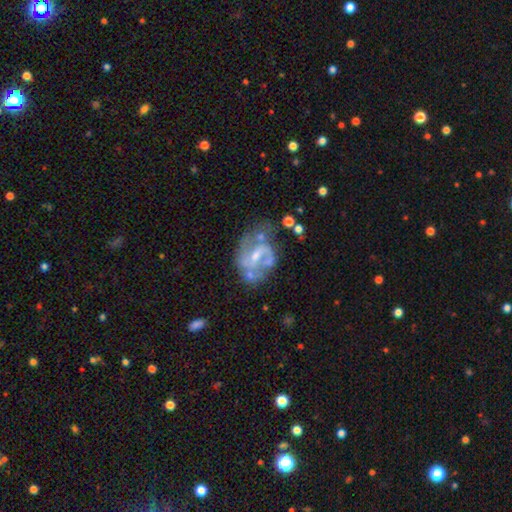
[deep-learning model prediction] The model was most divided on "bulge size": small: 50%, moderate: 39%, none: 8%, large: 2%, dominant: 1%. Remaining: edge-on disk — no (98%); spiral arms — yes (86%); smooth or featured — featured or disk (82%); spiral arm count — 2 (75%); bar — weak (51%); spiral winding — medium (48%); merging — none (43%).